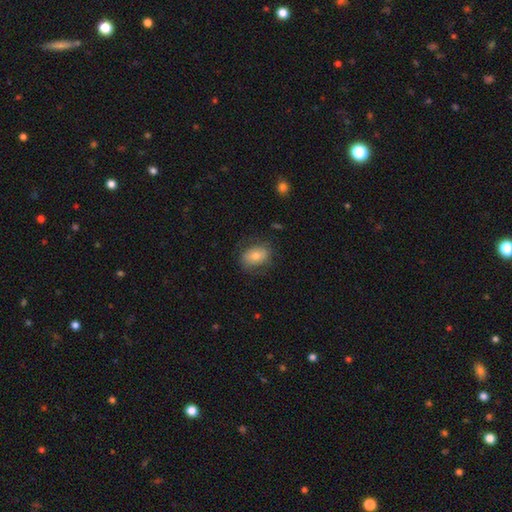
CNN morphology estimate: smooth_or_featured: smooth (p=0.66) [alt: featured or disk p=0.25]
how_rounded: in between (p=0.75) [alt: round p=0.23]
merging: none (p=0.73) [alt: minor disturbance p=0.17]